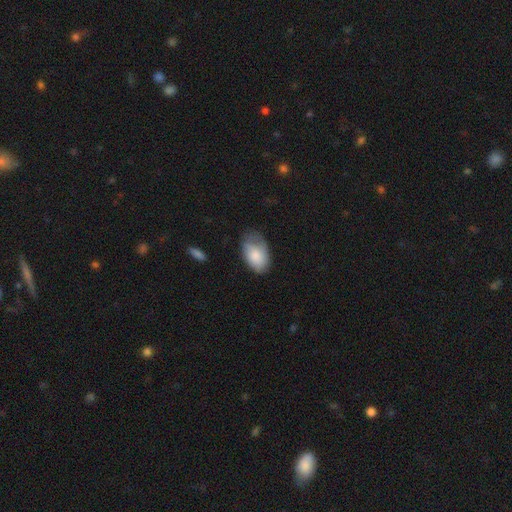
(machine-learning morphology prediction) Q: Smooth or featured?
A: smooth (80%); runner-up: featured or disk (14%)
Q: How rounded?
A: in between (92%); runner-up: round (7%)
Q: Merging?
A: none (47%); runner-up: minor disturbance (36%)